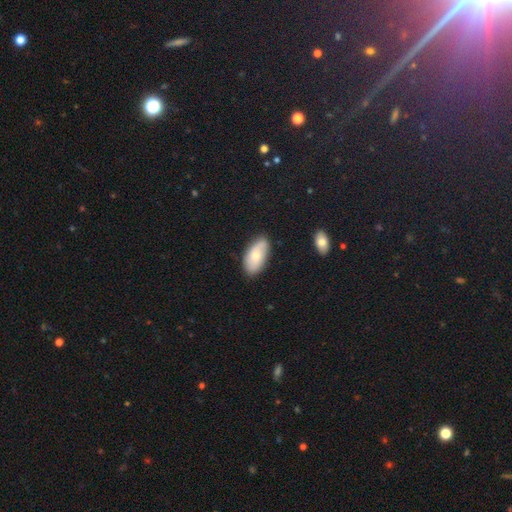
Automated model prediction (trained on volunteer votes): Smooth or featured: smooth — 66% (featured or disk — 28%)
How rounded: in between — 93% (cigar-shaped — 4%)
Merging: none — 77% (minor disturbance — 18%)